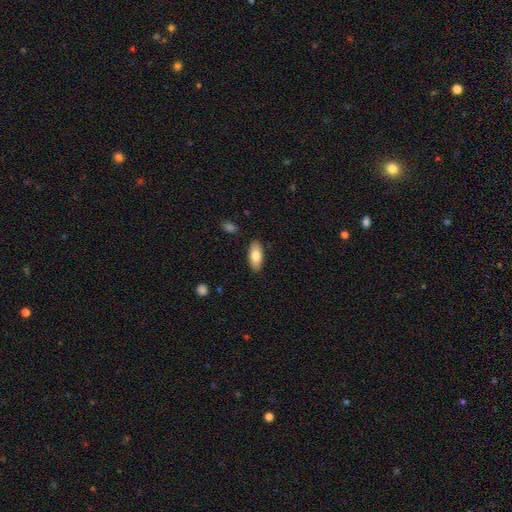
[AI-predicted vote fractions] smooth 80%, featured or disk 14%, star or artifact 6%. Down the decision tree: how rounded — in between (87%); merging — none (87%).